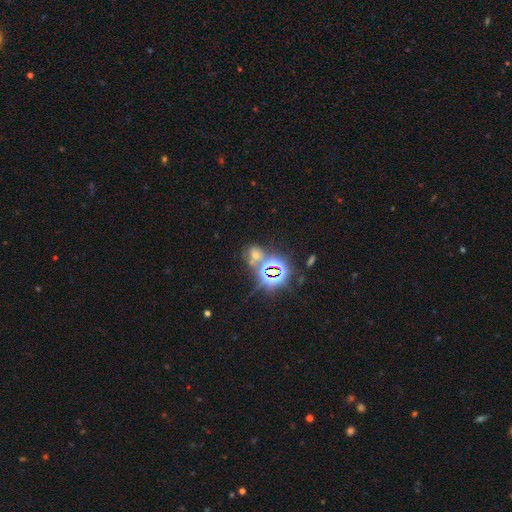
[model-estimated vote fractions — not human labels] Morphology: type=star or artifact (54%).